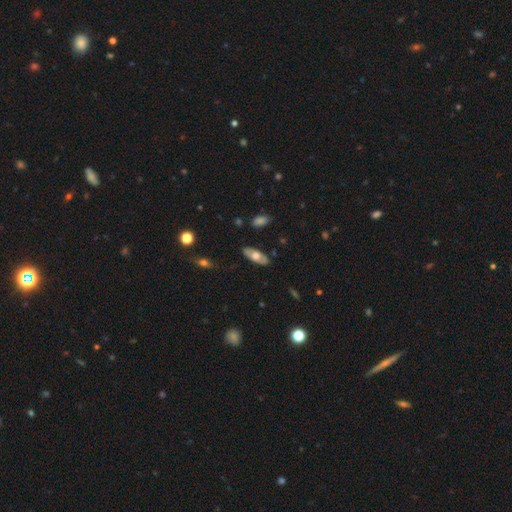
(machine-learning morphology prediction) Smooth or featured? smooth (52%)
How rounded? in between (85%)
Merging? none (84%)